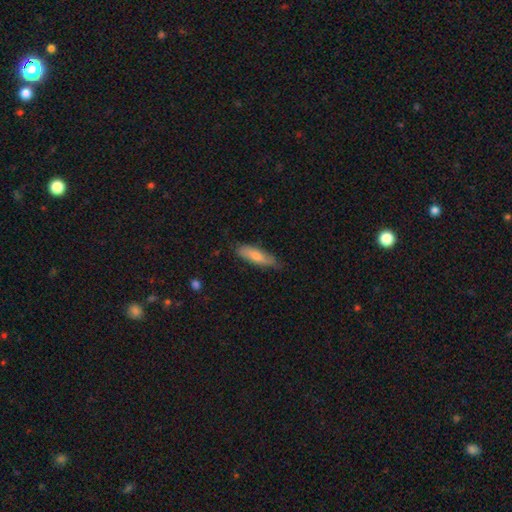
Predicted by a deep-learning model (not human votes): Smooth or featured?
  - smooth: 69% *
  - featured or disk: 25%
  - star or artifact: 6%
How rounded?
  - cigar-shaped: 65% *
  - in between: 33%
  - round: 2%
Merging?
  - none: 79% *
  - minor disturbance: 17%
  - major disturbance: 3%
  - merger: 1%